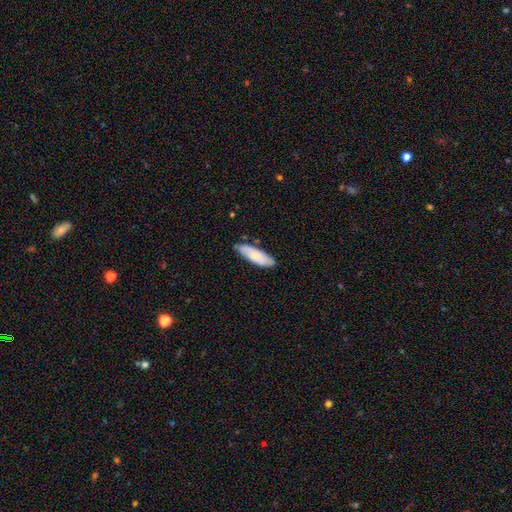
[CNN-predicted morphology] smooth-or-featured: smooth: 67% | featured or disk: 27% | star or artifact: 6%
  how-rounded: in between: 58% | cigar-shaped: 41% | round: 2%
  merging: none: 78% | minor disturbance: 17% | major disturbance: 2% | merger: 2%